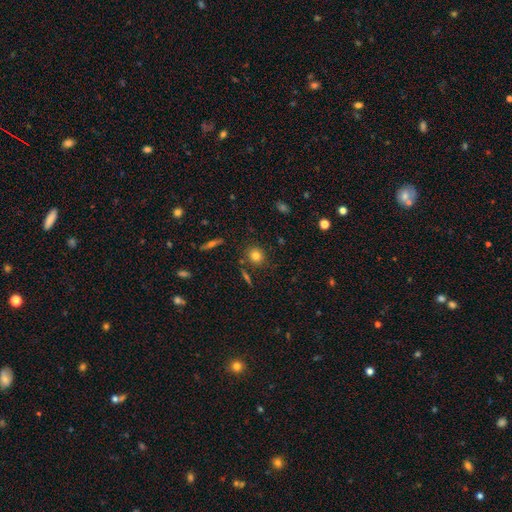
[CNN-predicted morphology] This appears to be a smooth galaxy with no disk features (78%) that is round (83%). Merging: none (83%).